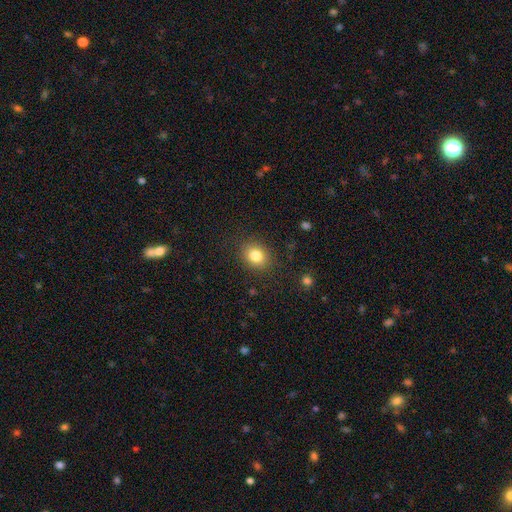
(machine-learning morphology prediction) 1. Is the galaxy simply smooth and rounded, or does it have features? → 82% smooth, 11% star or artifact, 7% featured or disk.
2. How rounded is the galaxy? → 62% round, 37% in between, 1% cigar-shaped.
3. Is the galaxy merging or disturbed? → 87% none, 9% minor disturbance, 3% major disturbance, 1% merger.